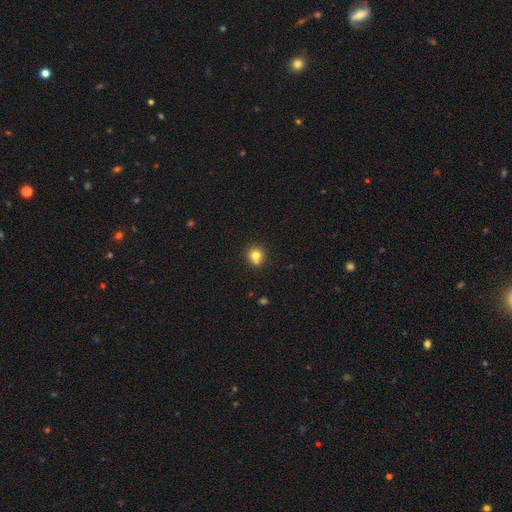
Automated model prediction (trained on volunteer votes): This is likely a smooth galaxy (77%). How rounded: clearly round (88%). Merging: likely none (69%).